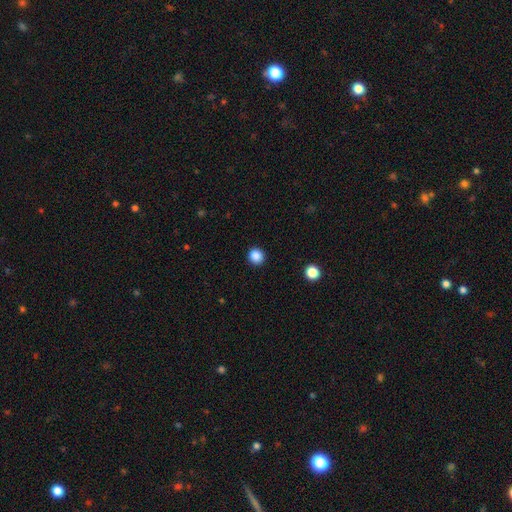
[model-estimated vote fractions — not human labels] Smooth or featured: smooth — 87% (star or artifact — 10%)
How rounded: round — 91% (in between — 8%)
Merging: none — 92% (minor disturbance — 5%)